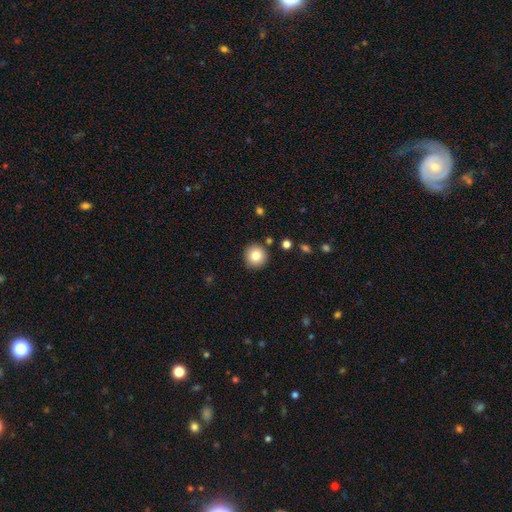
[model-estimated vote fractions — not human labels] smooth 82%, star or artifact 10%, featured or disk 8%. Down the decision tree: how rounded — round (95%); merging — none (89%).